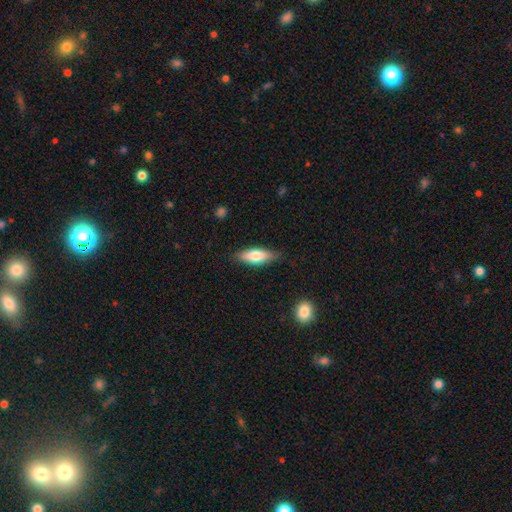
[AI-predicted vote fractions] smooth 65%, featured or disk 29%, star or artifact 6%. Down the decision tree: how rounded — in between (57%); merging — none (81%).